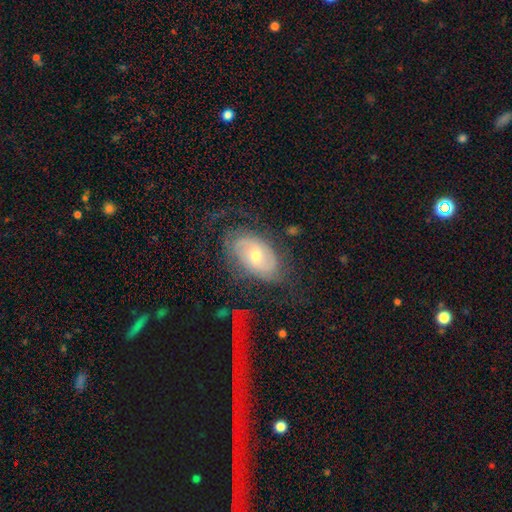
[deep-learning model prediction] Q: Smooth or featured?
A: featured or disk (65%); runner-up: smooth (27%)
Q: Edge-on disk?
A: no (93%); runner-up: yes (7%)
Q: Bar?
A: no (67%); runner-up: weak (26%)
Q: Spiral arms?
A: yes (78%); runner-up: no (22%)
Q: Bulge size?
A: moderate (55%); runner-up: small (39%)
Q: Merging?
A: none (55%); runner-up: major disturbance (22%)